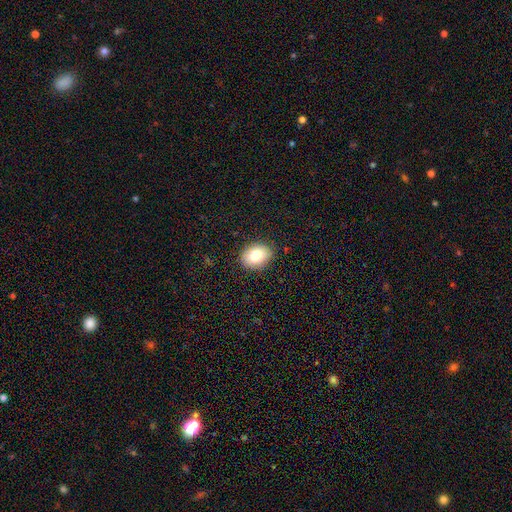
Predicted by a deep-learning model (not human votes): Smooth or featured?
  - smooth: 82% *
  - featured or disk: 10%
  - star or artifact: 8%
How rounded?
  - in between: 73% *
  - round: 26%
  - cigar-shaped: 1%
Merging?
  - none: 86% *
  - minor disturbance: 11%
  - major disturbance: 2%
  - merger: 1%